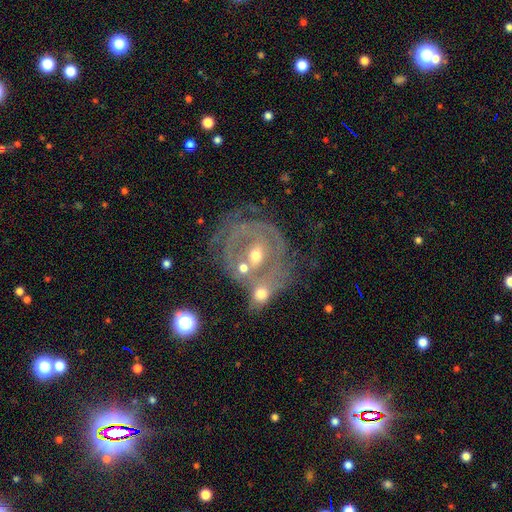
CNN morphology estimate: The model was most divided on "merging": merger: 36%, none: 33%, major disturbance: 16%, minor disturbance: 15%. More confident: edge-on disk — no (96%); smooth or featured — featured or disk (74%); bar — no (60%); bulge size — moderate (58%); spiral arms — yes (56%).